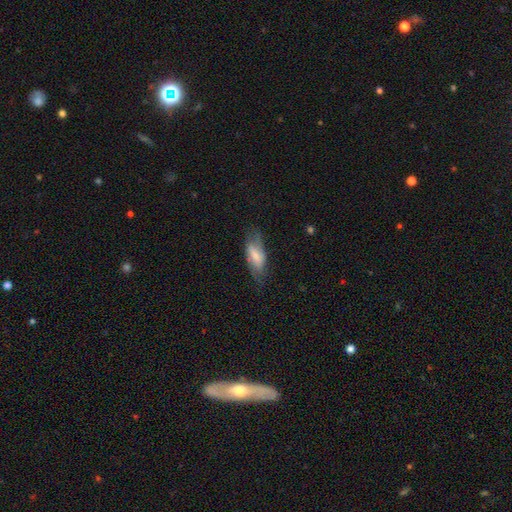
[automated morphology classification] The model was most divided on "smooth or featured": smooth: 53%, featured or disk: 39%, star or artifact: 7%. More confident: how rounded — in between (77%); merging — none (62%).